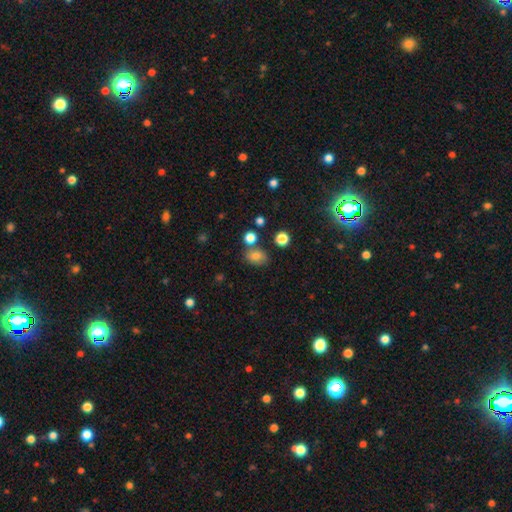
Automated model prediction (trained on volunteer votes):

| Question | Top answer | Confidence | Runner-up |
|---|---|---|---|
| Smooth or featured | smooth | 75% | star or artifact (14%) |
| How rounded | in between | 59% | round (40%) |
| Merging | none | 67% | minor disturbance (15%) |